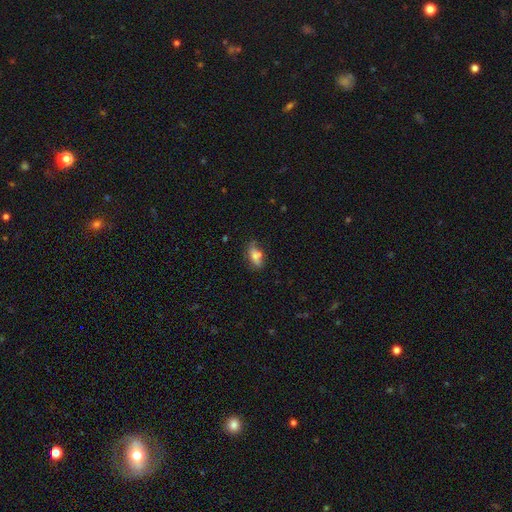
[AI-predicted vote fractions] This appears to be a smooth galaxy with no disk features (70%) that is in between round and cigar-shaped (80%). Merging: none (59%).